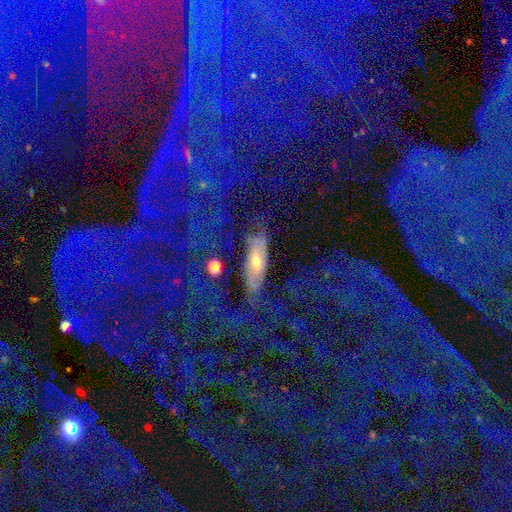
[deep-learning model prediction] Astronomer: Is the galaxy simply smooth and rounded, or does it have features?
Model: star or artifact — 68%.